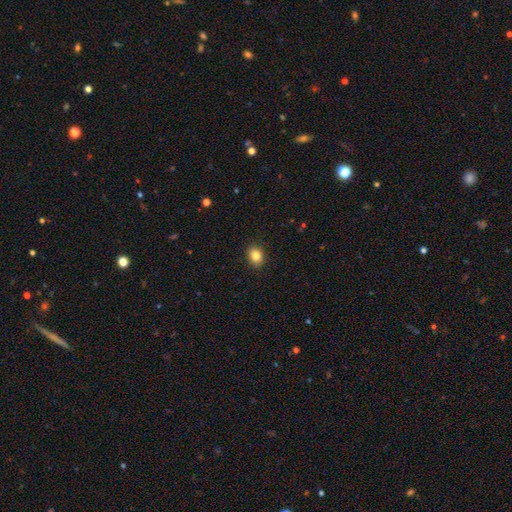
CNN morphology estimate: The model was most divided on "how rounded": in between: 54%, round: 45%, cigar-shaped: 1%. More confident: merging — none (90%); smooth or featured — smooth (83%).